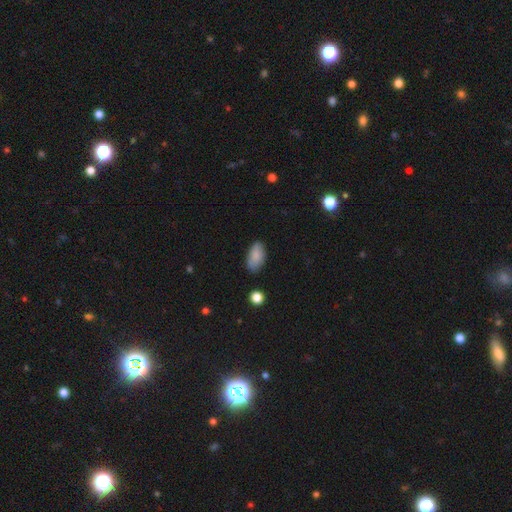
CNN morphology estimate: Smooth or featured? smooth (85%)
How rounded? in between (93%)
Merging? none (79%)